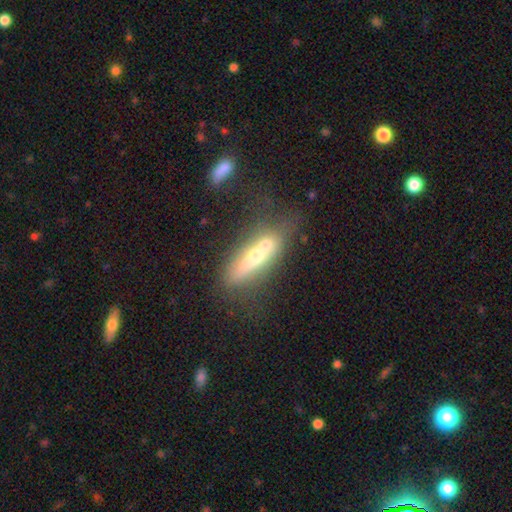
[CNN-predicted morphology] This appears to be a smooth galaxy with no disk features (47%). Merging: none (39%).